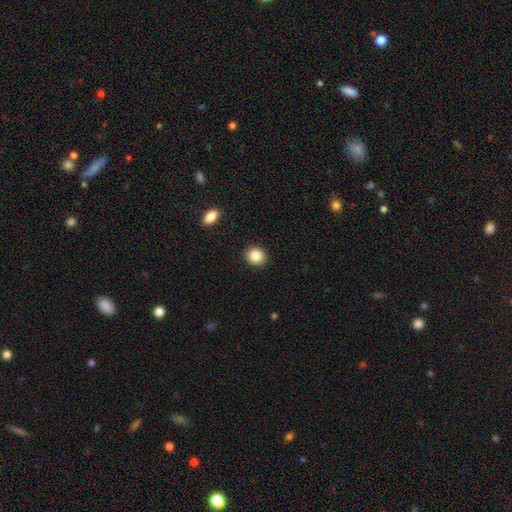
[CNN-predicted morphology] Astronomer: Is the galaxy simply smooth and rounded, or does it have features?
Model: smooth — 86%.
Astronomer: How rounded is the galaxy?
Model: round — 74%.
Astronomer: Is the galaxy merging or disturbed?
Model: none — 92%.